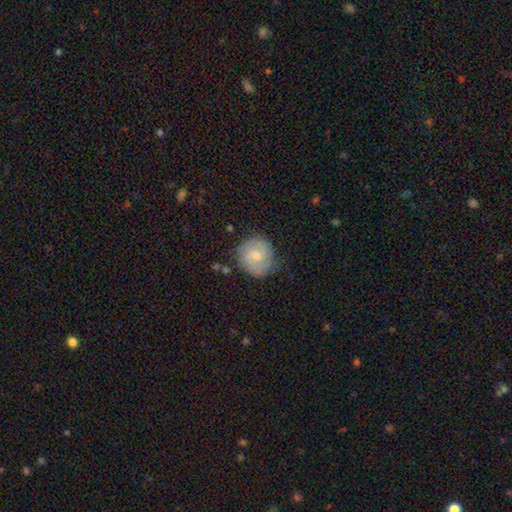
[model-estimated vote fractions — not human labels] Q: Smooth or featured?
A: featured or disk (54%); runner-up: smooth (39%)
Q: Edge-on disk?
A: no (98%); runner-up: yes (2%)
Q: Bar?
A: no (52%); runner-up: weak (43%)
Q: Spiral arms?
A: yes (85%); runner-up: no (15%)
Q: Bulge size?
A: moderate (54%); runner-up: small (40%)
Q: Merging?
A: none (73%); runner-up: minor disturbance (19%)